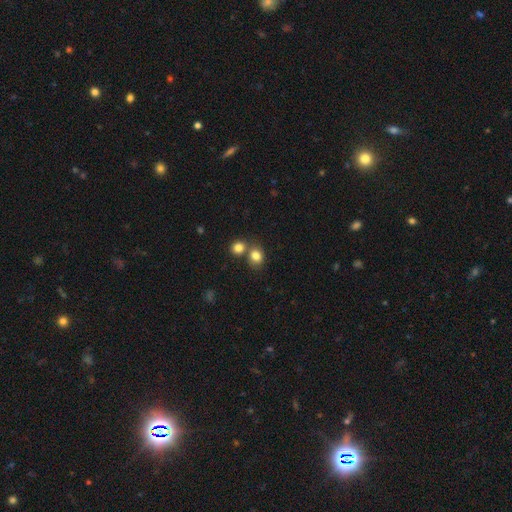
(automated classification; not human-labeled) This is clearly a smooth galaxy (82%). How rounded: likely round (66%). Merging: possibly none (54%).